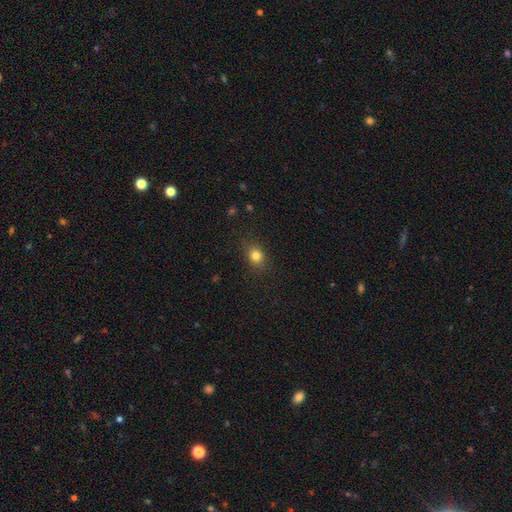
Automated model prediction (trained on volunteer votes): Overall: smooth (82%). How rounded: round (54%; in between 45%). Merging: none (84%).